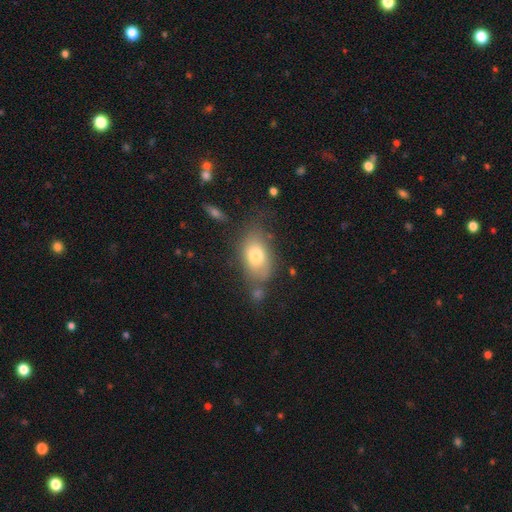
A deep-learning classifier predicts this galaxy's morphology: This appears to be a smooth galaxy with no disk features (76%) that is in between round and cigar-shaped (86%). Merging: none (62%).